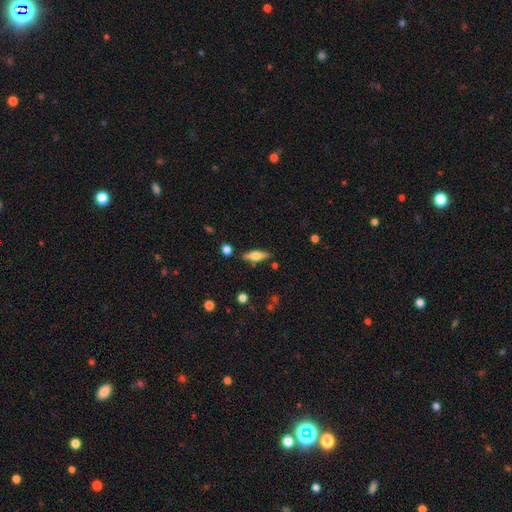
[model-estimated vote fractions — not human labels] smooth-or-featured: smooth: 47% | featured or disk: 46% | star or artifact: 7%
  merging: none: 84% | minor disturbance: 11% | merger: 3% | major disturbance: 2%